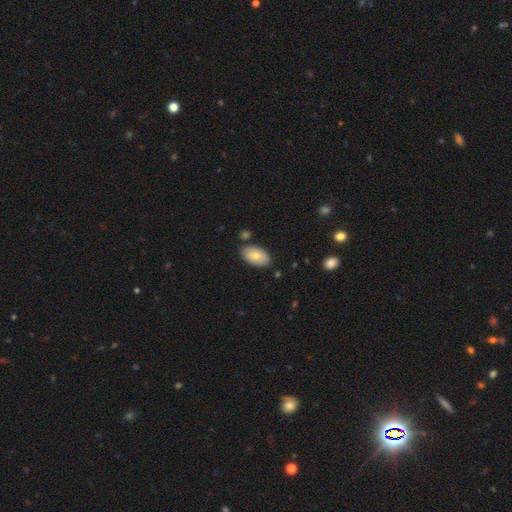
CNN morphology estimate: This appears to be a smooth galaxy with no disk features (73%) that is in between round and cigar-shaped (93%). Merging: none (80%).